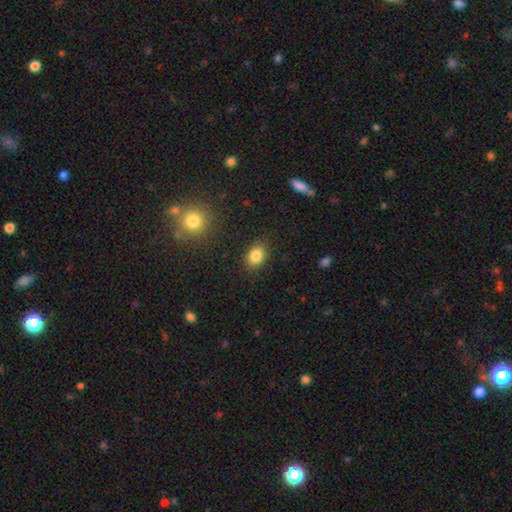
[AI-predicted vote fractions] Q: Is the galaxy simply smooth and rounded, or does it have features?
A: smooth — 85%.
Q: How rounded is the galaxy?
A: in between — 66%.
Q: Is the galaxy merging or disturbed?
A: none — 84%.